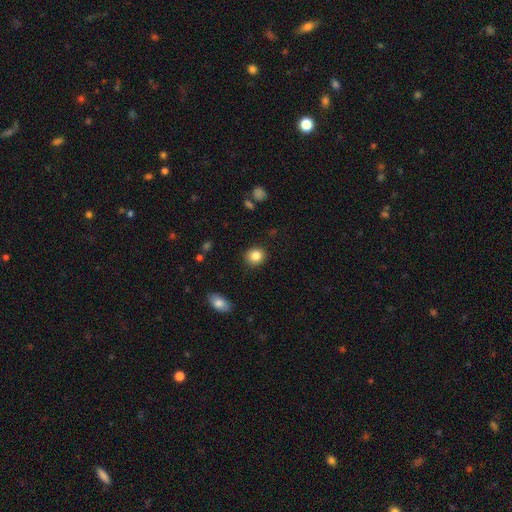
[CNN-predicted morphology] smooth_or_featured: smooth (p=0.85) [alt: star or artifact p=0.09]
how_rounded: round (p=0.82) [alt: in between p=0.17]
merging: none (p=0.89) [alt: minor disturbance p=0.07]